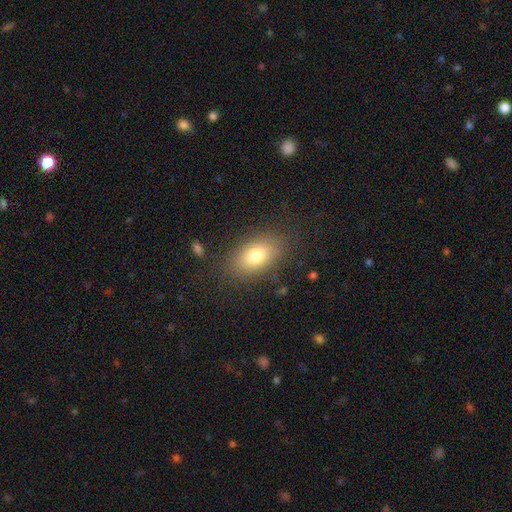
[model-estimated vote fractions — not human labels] smooth-or-featured: smooth: 78% | featured or disk: 13% | star or artifact: 9%
  how-rounded: in between: 88% | round: 10% | cigar-shaped: 2%
  merging: none: 82% | minor disturbance: 12% | major disturbance: 5% | merger: 2%